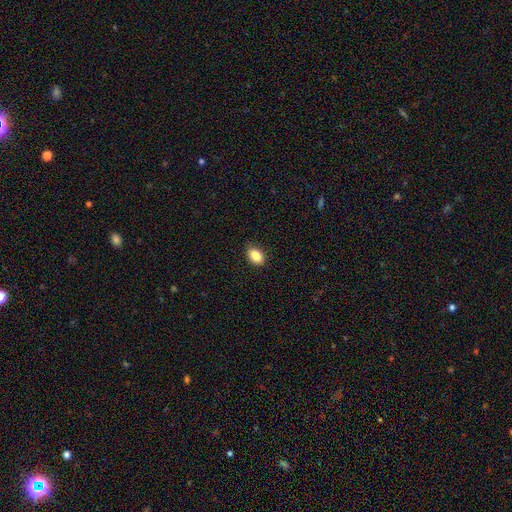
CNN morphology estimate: A smooth galaxy with no disk features (85%) that is in between round and cigar-shaped (85%). Merging: none (87%).